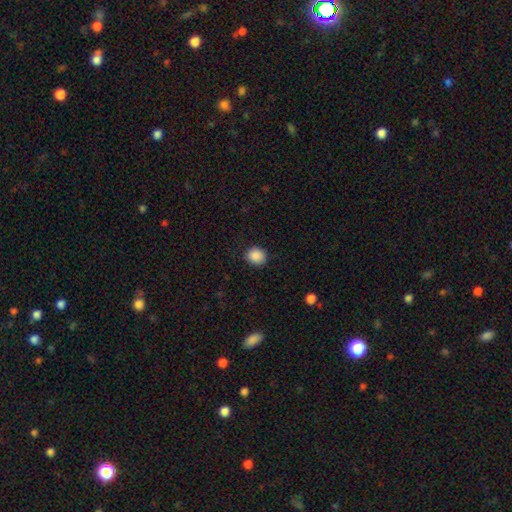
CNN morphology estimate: type=smooth (89%); roundness=round (81%); merging=none (88%).